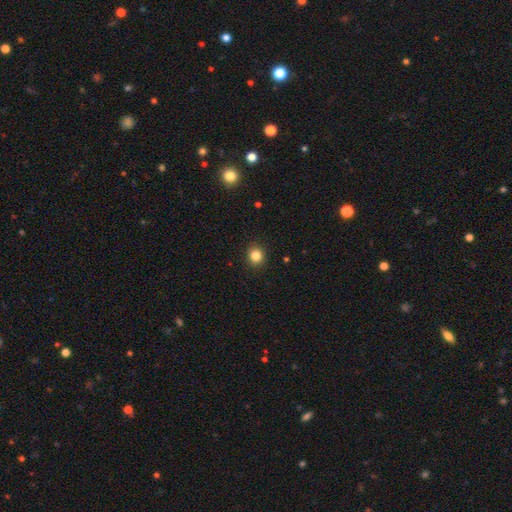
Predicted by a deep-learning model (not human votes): Smooth or featured: smooth — 83% (star or artifact — 12%)
How rounded: round — 83% (in between — 16%)
Merging: none — 91% (minor disturbance — 6%)